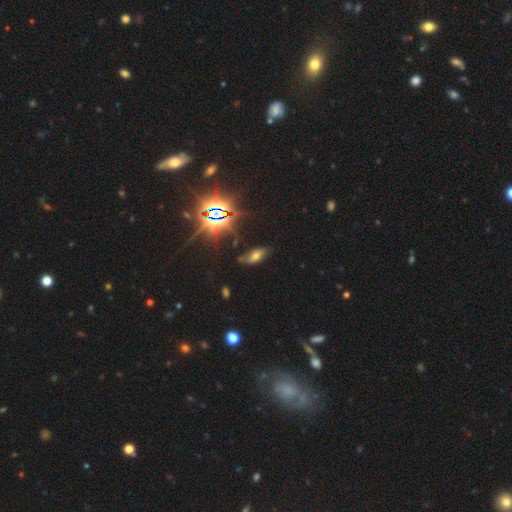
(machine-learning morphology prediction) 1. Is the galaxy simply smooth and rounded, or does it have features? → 43% smooth, 36% star or artifact, 21% featured or disk.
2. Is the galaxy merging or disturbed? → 67% none, 22% minor disturbance, 7% major disturbance, 3% merger.